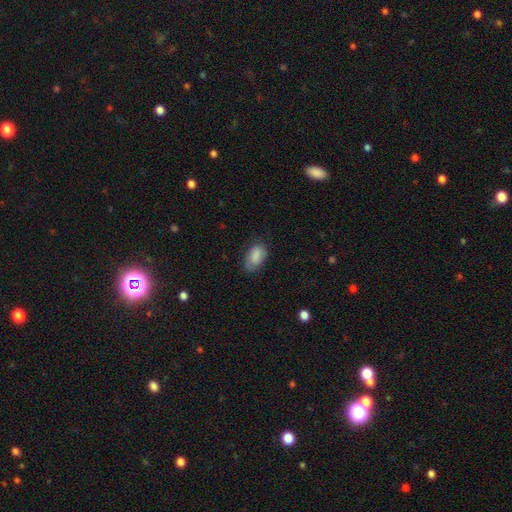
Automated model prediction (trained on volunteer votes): Smooth or featured?
  - smooth: 84% *
  - featured or disk: 9%
  - star or artifact: 7%
How rounded?
  - in between: 92% *
  - round: 7%
  - cigar-shaped: 2%
Merging?
  - none: 67% *
  - minor disturbance: 24%
  - major disturbance: 7%
  - merger: 1%